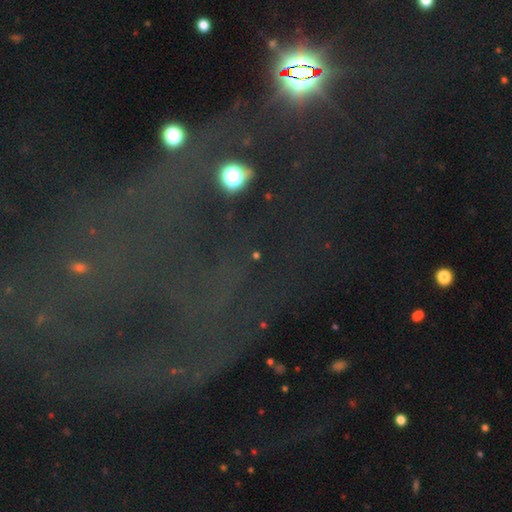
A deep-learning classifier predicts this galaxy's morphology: star or artifact 74%, smooth 17%, featured or disk 9%.